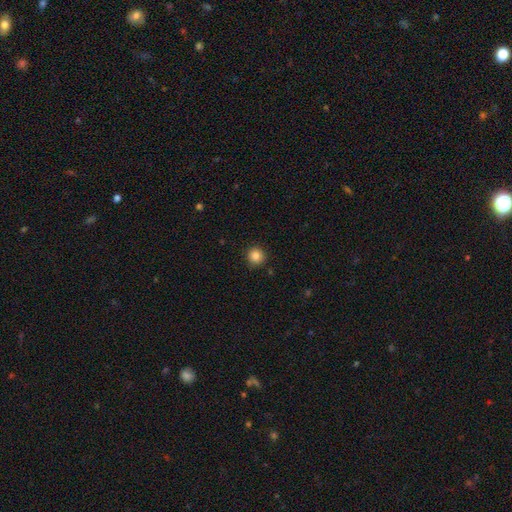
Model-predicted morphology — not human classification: Smooth or featured?
  - smooth: 85% *
  - star or artifact: 11%
  - featured or disk: 4%
How rounded?
  - round: 94% *
  - in between: 5%
  - cigar-shaped: 1%
Merging?
  - none: 90% *
  - minor disturbance: 7%
  - major disturbance: 2%
  - merger: 1%